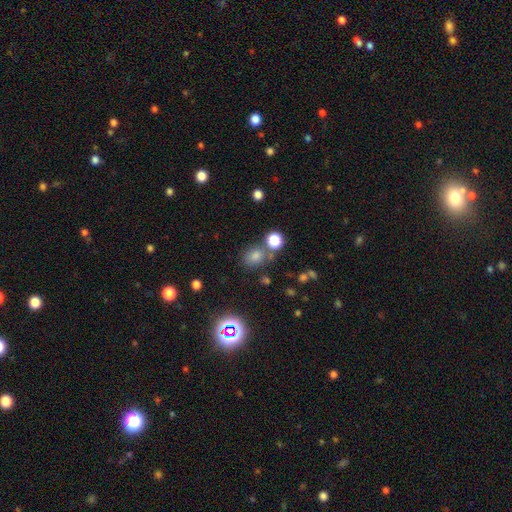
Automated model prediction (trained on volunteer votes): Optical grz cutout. It shows a smooth galaxy with no disk features (64%) that is round (63%). Merging: none (71%).